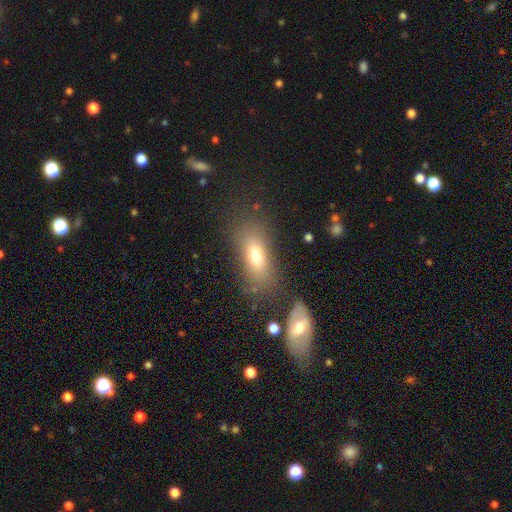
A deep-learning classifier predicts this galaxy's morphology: Smooth or featured: smooth — 70% (featured or disk — 18%)
How rounded: in between — 81% (cigar-shaped — 10%)
Merging: none — 67% (minor disturbance — 16%)